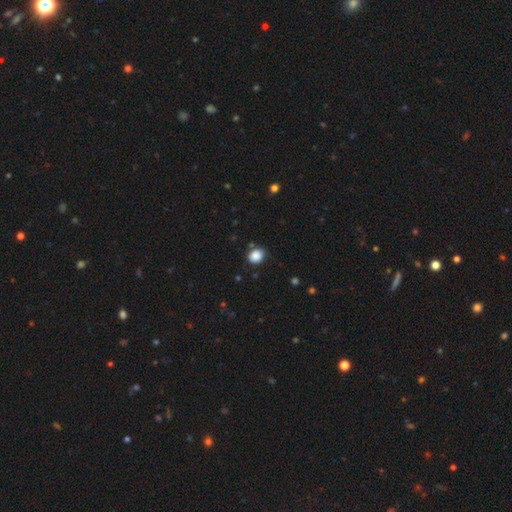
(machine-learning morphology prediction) A smooth galaxy with no disk features (87%) that is round (66%). Merging: none (83%).